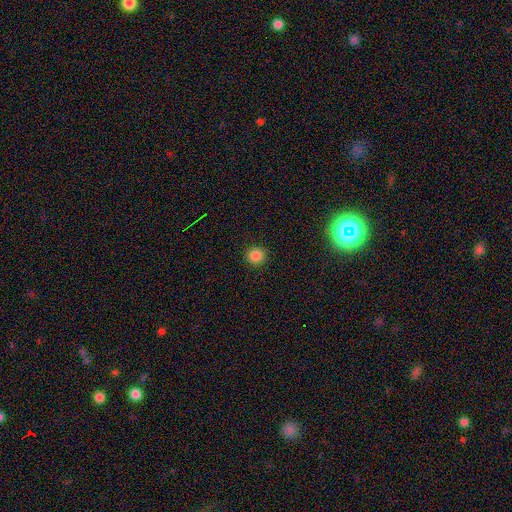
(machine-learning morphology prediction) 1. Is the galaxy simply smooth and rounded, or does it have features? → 85% smooth, 12% star or artifact, 4% featured or disk.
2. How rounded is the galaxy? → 92% round, 7% in between, 1% cigar-shaped.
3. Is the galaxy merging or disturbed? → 92% none, 5% minor disturbance, 2% major disturbance, 1% merger.